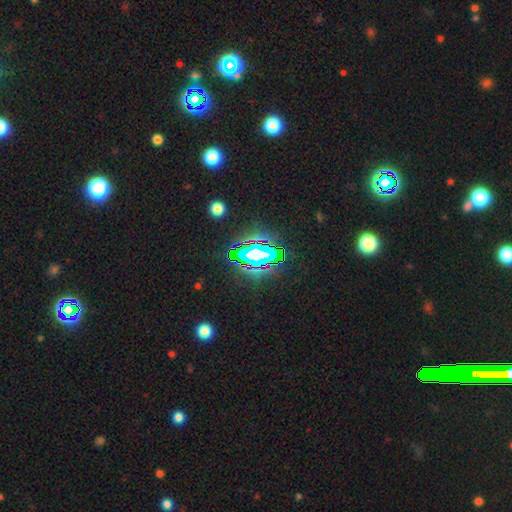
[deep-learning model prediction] smooth-or-featured: star or artifact: 74% | smooth: 13% | featured or disk: 13%